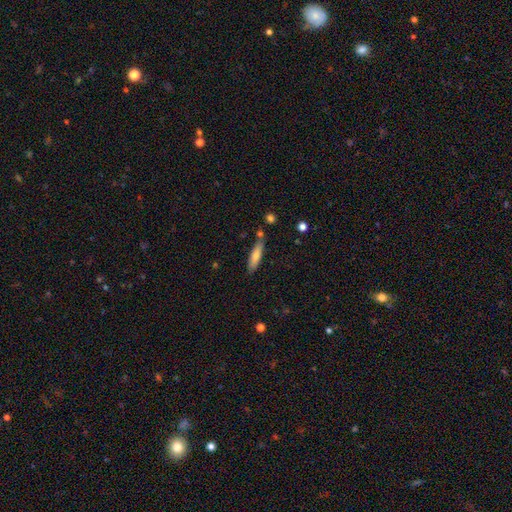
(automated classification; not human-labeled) A smooth galaxy with no disk features (70%) that is cigar-shaped (75%).

Vote fractions:
- Smooth or featured? smooth: 70% / featured or disk: 23% / star or artifact: 6%
- How rounded? cigar-shaped: 75% / in between: 24% / round: 2%
- Merging? none: 76% / minor disturbance: 15% / merger: 7% / major disturbance: 3%